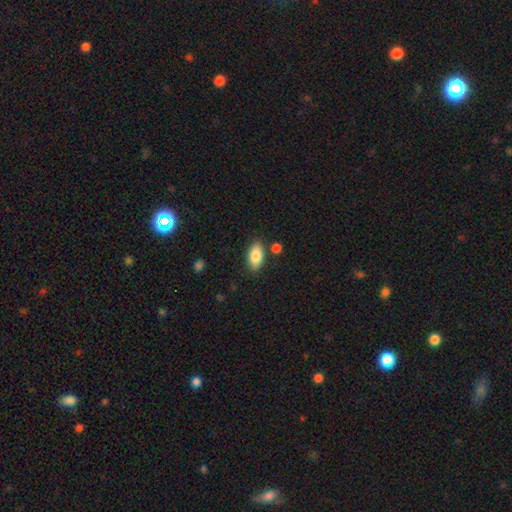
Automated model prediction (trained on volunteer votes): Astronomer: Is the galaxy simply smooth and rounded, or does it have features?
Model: smooth — 83%.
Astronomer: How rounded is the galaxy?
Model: in between — 90%.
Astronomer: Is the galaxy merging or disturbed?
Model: none — 83%.